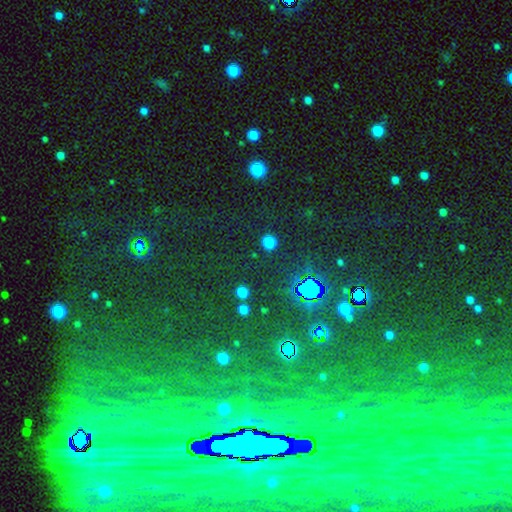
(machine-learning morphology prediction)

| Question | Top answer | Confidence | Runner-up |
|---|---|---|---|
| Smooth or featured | star or artifact | 72% | smooth (14%) |